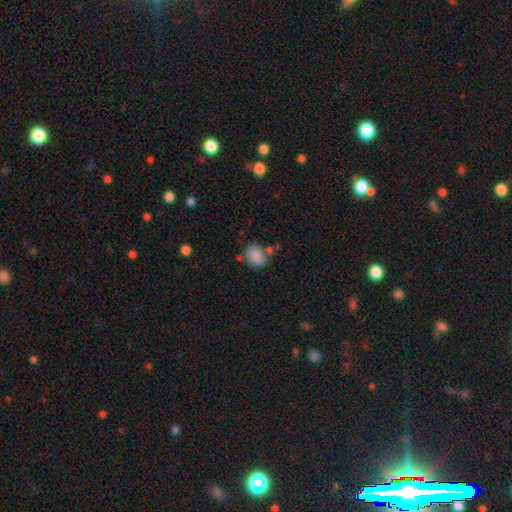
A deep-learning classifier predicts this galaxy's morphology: smooth_or_featured: smooth (p=0.85) [alt: star or artifact p=0.09]
how_rounded: in between (p=0.58) [alt: round p=0.41]
merging: none (p=0.65) [alt: minor disturbance p=0.18]